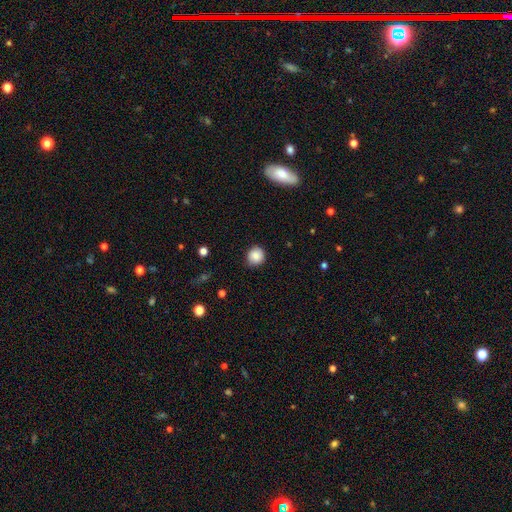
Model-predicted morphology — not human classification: Smooth or featured?
  - smooth: 87% *
  - star or artifact: 9%
  - featured or disk: 4%
How rounded?
  - round: 90% *
  - in between: 9%
  - cigar-shaped: 1%
Merging?
  - none: 86% *
  - minor disturbance: 10%
  - major disturbance: 2%
  - merger: 1%